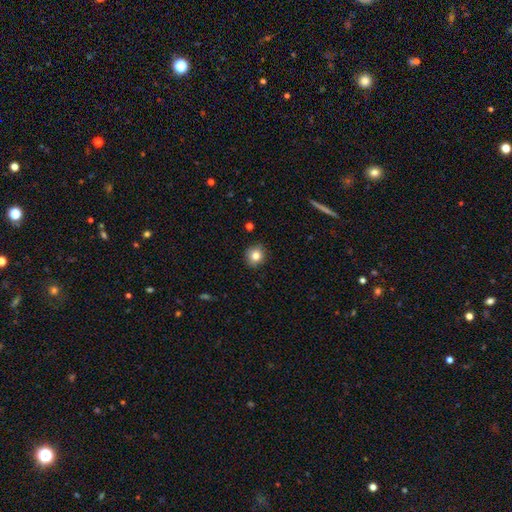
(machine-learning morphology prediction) Overall: smooth (82%). How rounded: round (86%). Merging: none (88%).